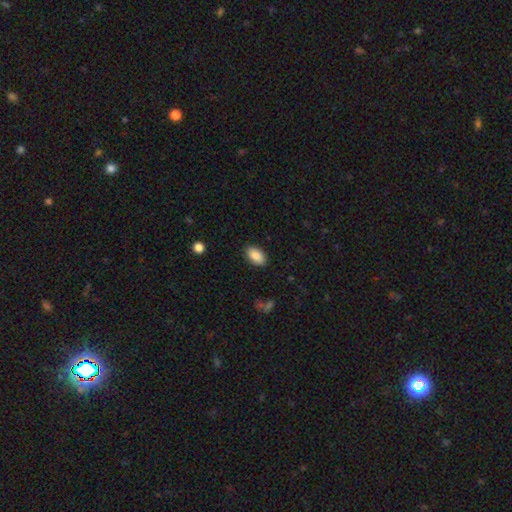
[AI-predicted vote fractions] Smooth or featured? Predicted: smooth (p=0.88). How rounded? Predicted: in between (p=0.93). Merging? Predicted: none (p=0.87).